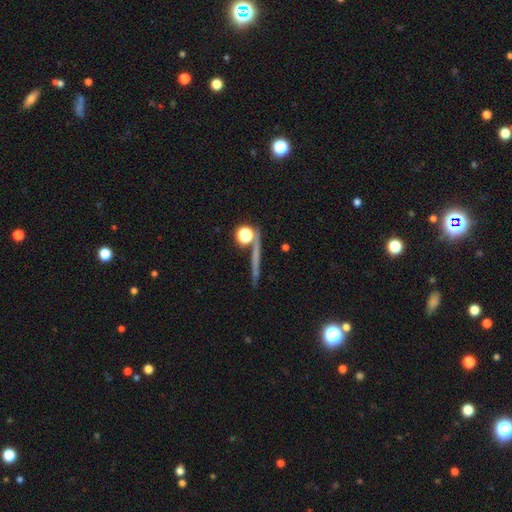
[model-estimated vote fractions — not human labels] smooth-or-featured: featured or disk: 40% | smooth: 37% | star or artifact: 23%
  merging: none: 79% | minor disturbance: 9% | merger: 8% | major disturbance: 5%